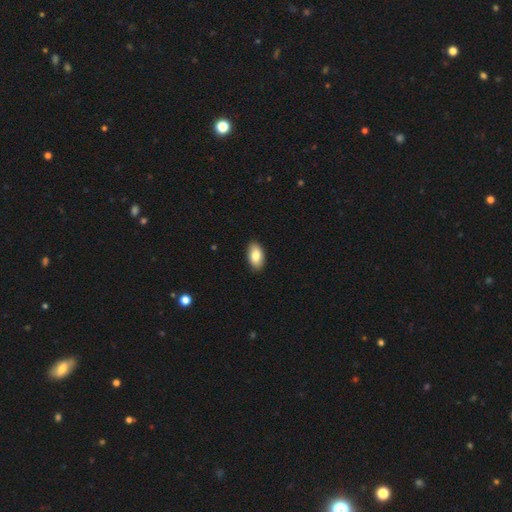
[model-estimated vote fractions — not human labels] This appears to be a smooth galaxy with no disk features (83%) that is in between round and cigar-shaped (94%). Merging: none (90%).